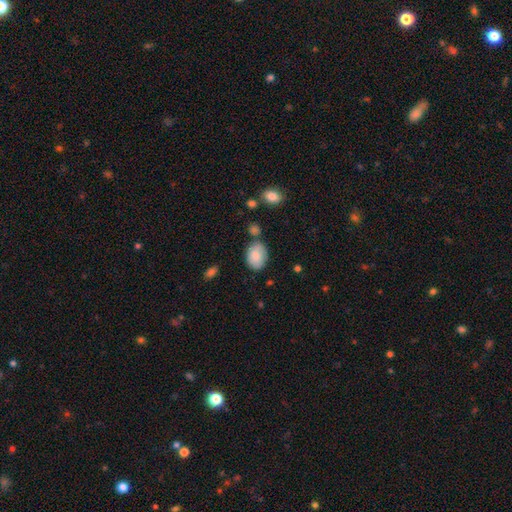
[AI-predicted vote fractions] A smooth galaxy with no disk features (83%) that is in between round and cigar-shaped (78%). Merging: none (67%).